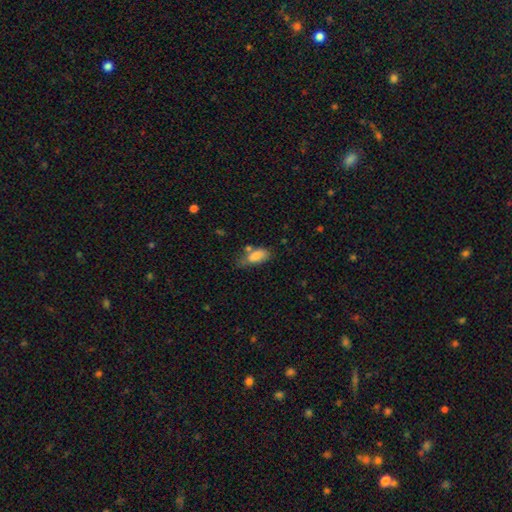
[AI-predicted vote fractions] smooth 82%, featured or disk 10%, star or artifact 8%. Down the decision tree: how rounded — in between (87%); merging — none (41%).